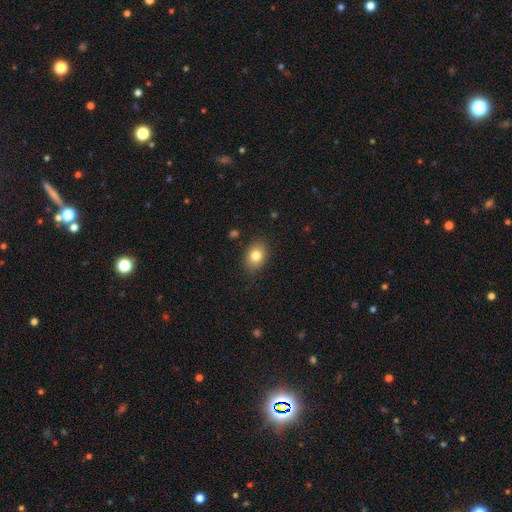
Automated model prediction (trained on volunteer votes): smooth_or_featured: smooth (p=0.81) [alt: featured or disk p=0.10]
how_rounded: in between (p=0.68) [alt: round p=0.31]
merging: none (p=0.86) [alt: minor disturbance p=0.10]